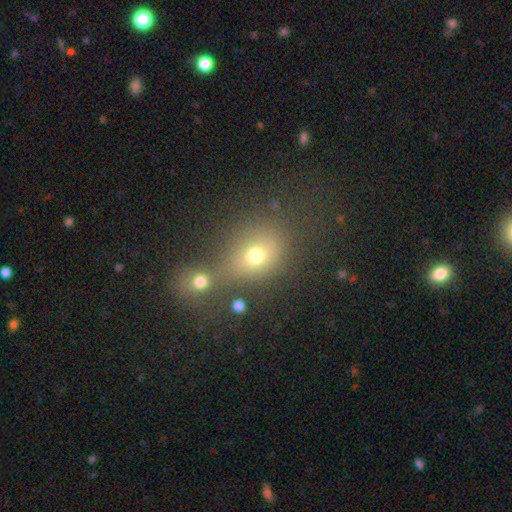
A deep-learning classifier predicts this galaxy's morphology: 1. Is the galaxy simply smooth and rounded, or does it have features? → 68% smooth, 19% star or artifact, 13% featured or disk.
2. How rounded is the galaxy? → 56% round, 42% in between, 2% cigar-shaped.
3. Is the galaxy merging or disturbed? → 43% merger, 39% none, 10% minor disturbance, 8% major disturbance.